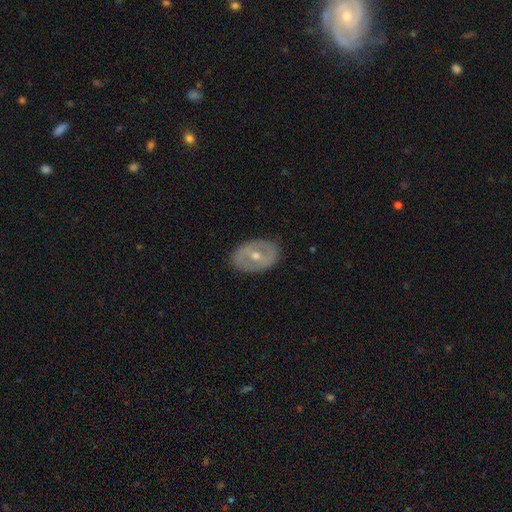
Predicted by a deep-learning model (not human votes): smooth_or_featured: featured or disk (p=0.65) [alt: smooth p=0.29]
disk_edge_on: no (p=0.92) [alt: yes p=0.08]
bar: no (p=0.39) [alt: weak p=0.35]
has_spiral_arms: no (p=0.74) [alt: yes p=0.26]
bulge_size: moderate (p=0.57) [alt: small p=0.40]
merging: none (p=0.84) [alt: minor disturbance p=0.11]